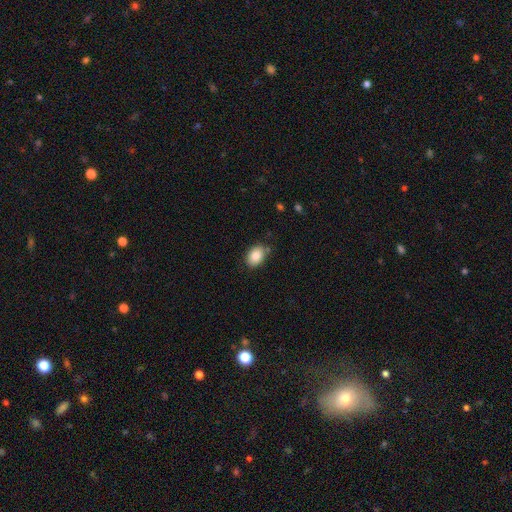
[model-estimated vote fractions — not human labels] smooth 85%, star or artifact 8%, featured or disk 7%. Down the decision tree: how rounded — in between (81%); merging — none (81%).